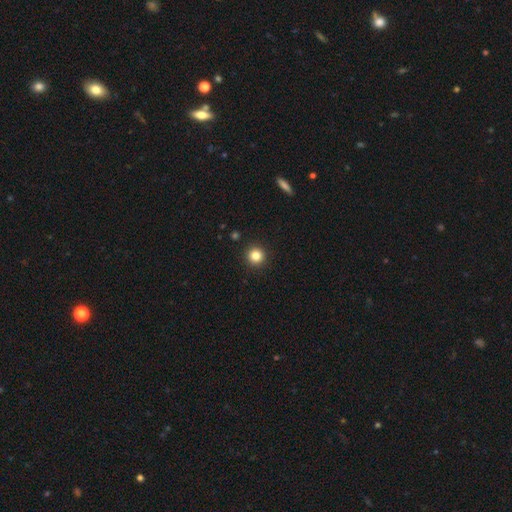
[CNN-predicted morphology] Overall: smooth (83%). How rounded: round (95%). Merging: none (93%).